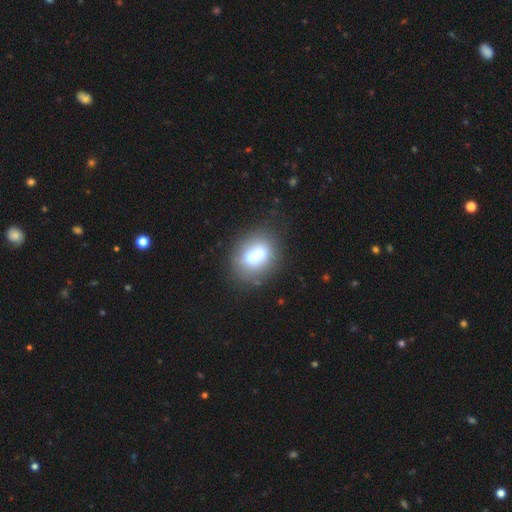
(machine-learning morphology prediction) Overall: smooth (68%). How rounded: in between (57%; round 41%). Merging: none (72%).